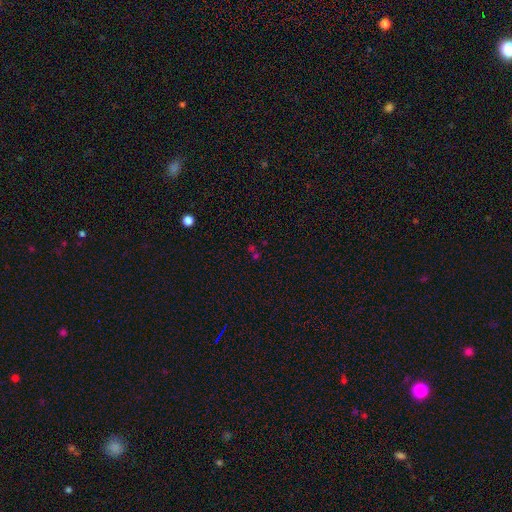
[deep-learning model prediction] A star or artifact, not a galaxy (50%).

Vote fractions:
- Smooth or featured? star or artifact: 50% / smooth: 39% / featured or disk: 11%